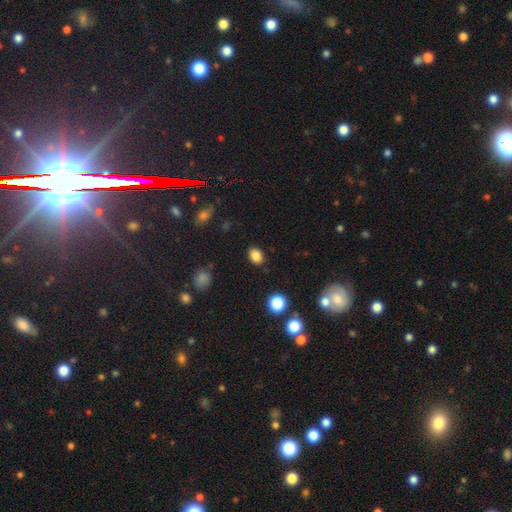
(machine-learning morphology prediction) The model was most divided on "how rounded": in between: 67%, round: 31%, cigar-shaped: 1%. More confident: merging — none (87%); smooth or featured — smooth (85%).